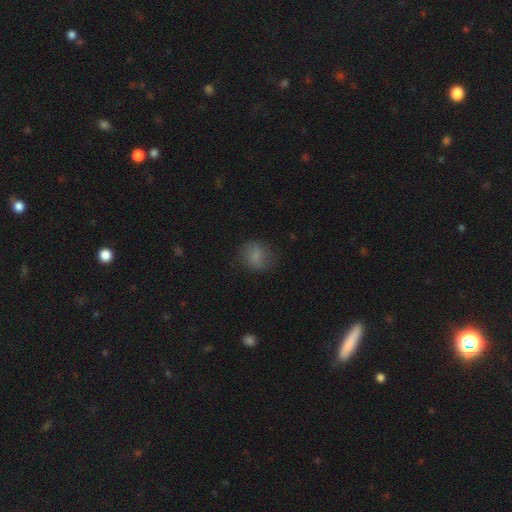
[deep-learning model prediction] Smooth or featured: smooth — 79% (featured or disk — 11%)
How rounded: round — 68% (in between — 31%)
Merging: none — 74% (minor disturbance — 18%)